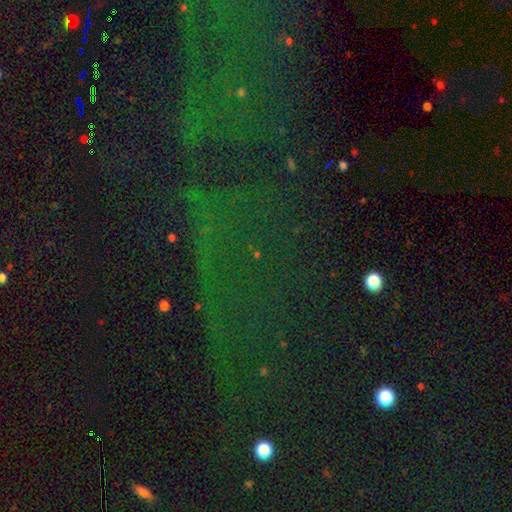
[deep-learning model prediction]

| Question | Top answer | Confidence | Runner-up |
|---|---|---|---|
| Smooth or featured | star or artifact | 74% | smooth (13%) |